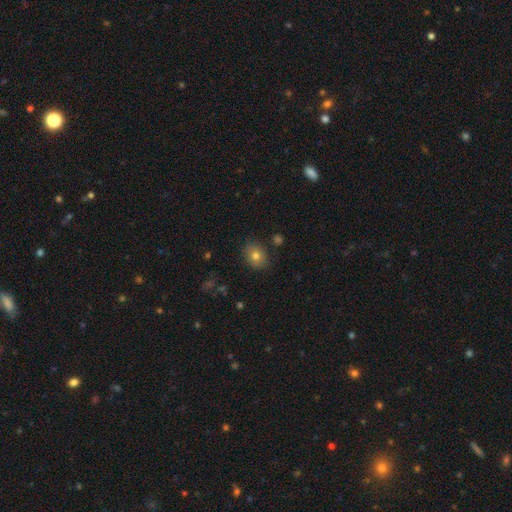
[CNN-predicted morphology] type=smooth (78%); roundness=in between (54%); merging=none (84%).